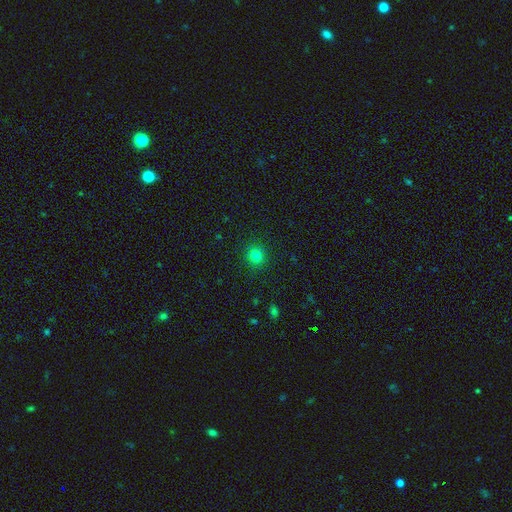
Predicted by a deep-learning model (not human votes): smooth_or_featured: smooth (p=0.81) [alt: star or artifact p=0.14]
how_rounded: round (p=0.90) [alt: in between p=0.09]
merging: none (p=0.91) [alt: minor disturbance p=0.06]